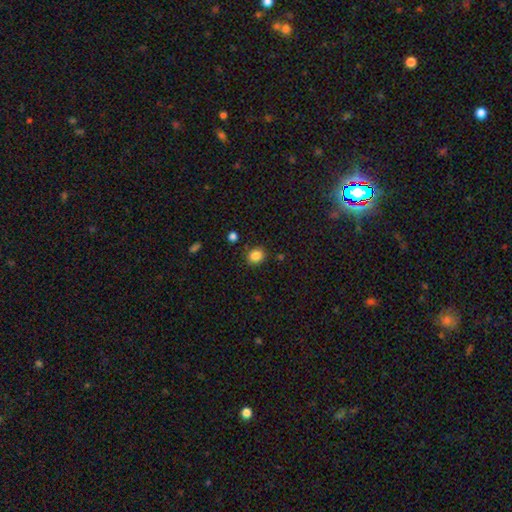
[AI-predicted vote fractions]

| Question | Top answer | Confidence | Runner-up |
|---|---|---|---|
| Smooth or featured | smooth | 86% | star or artifact (10%) |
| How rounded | round | 67% | in between (32%) |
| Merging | none | 85% | minor disturbance (10%) |